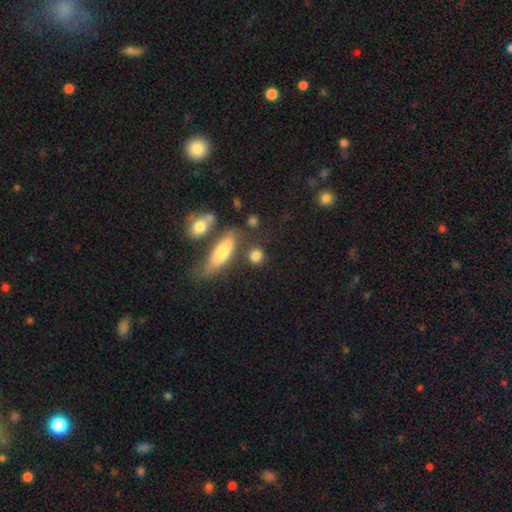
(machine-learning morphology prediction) Smooth or featured: smooth — 81% (featured or disk — 10%)
How rounded: round — 64% (in between — 26%)
Merging: none — 72% (minor disturbance — 12%)